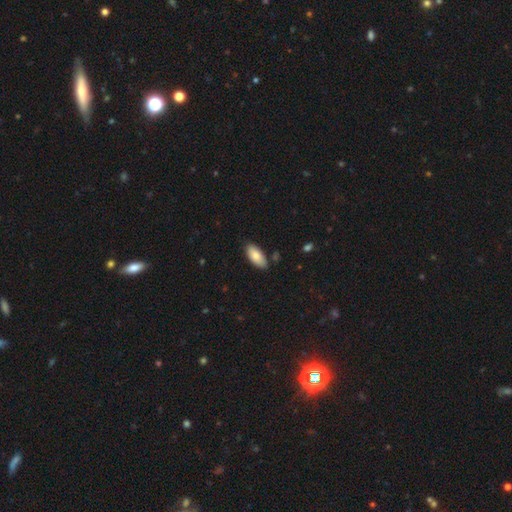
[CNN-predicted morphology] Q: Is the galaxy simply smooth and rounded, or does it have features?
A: smooth — 82%.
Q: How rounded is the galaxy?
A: in between — 91%.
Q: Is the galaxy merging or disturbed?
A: none — 83%.